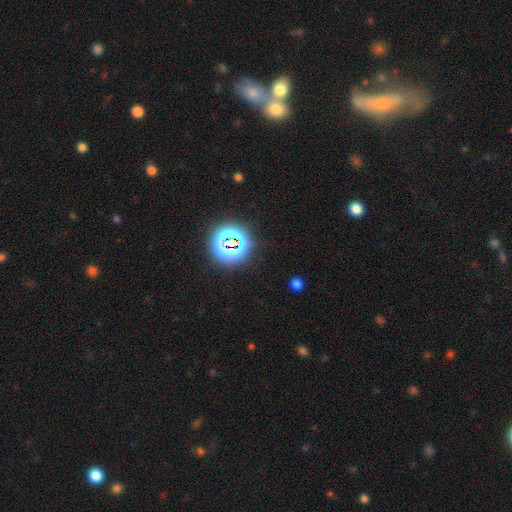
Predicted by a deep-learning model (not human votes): Morphology: type=star or artifact (76%).